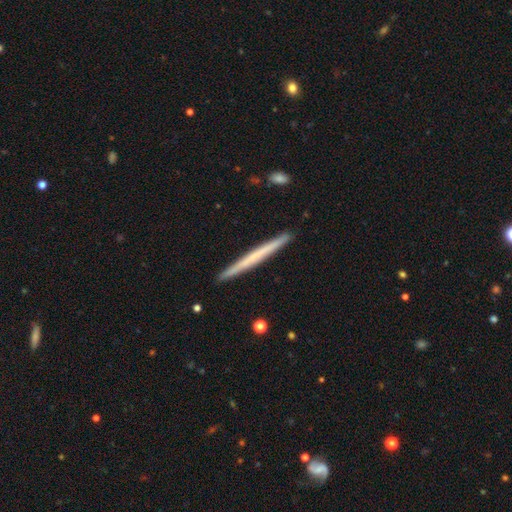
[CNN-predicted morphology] This is possibly a smooth galaxy (48%). Merging: clearly none (92%).